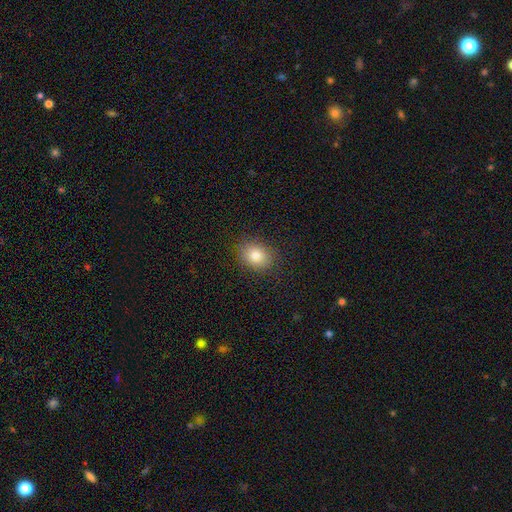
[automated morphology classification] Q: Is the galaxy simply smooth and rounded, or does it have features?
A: smooth — 84%.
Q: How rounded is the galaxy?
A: in between — 52%.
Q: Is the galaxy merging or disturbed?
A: none — 87%.